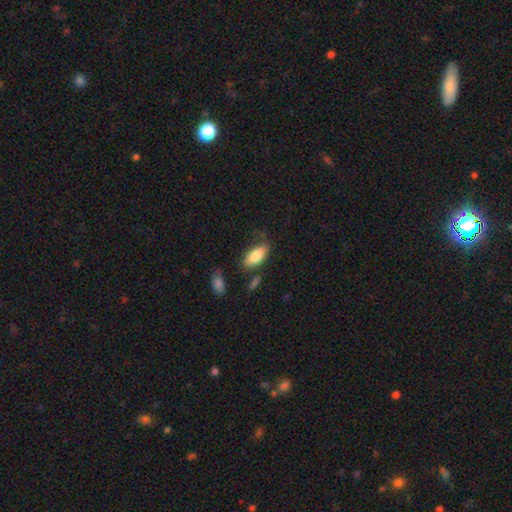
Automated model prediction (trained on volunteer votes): Smooth or featured? Predicted: smooth (p=0.82). How rounded? Predicted: in between (p=0.88). Merging? Predicted: none (p=0.66).